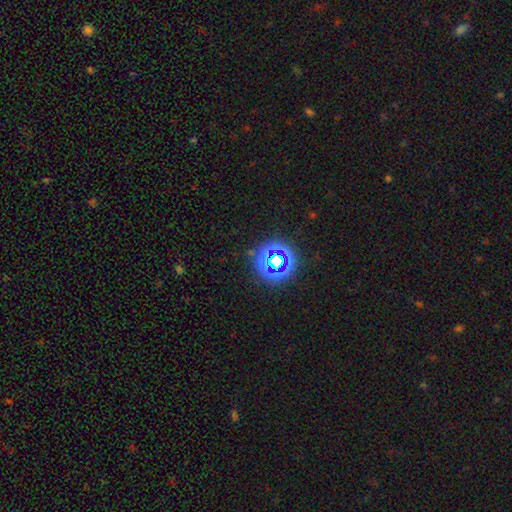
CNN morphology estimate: type=star or artifact (62%).